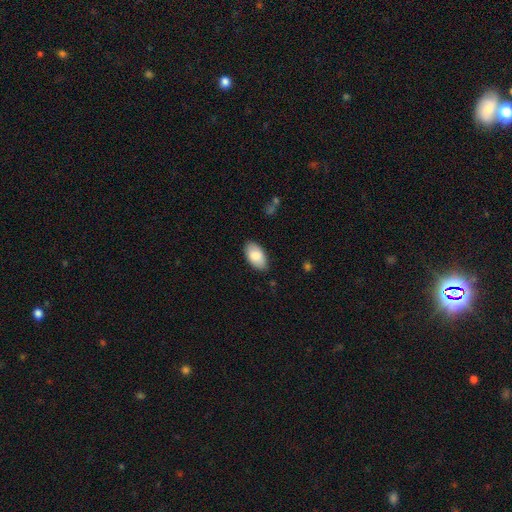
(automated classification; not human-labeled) This is clearly a smooth galaxy (85%). How rounded: clearly in between (95%). Merging: clearly none (83%).